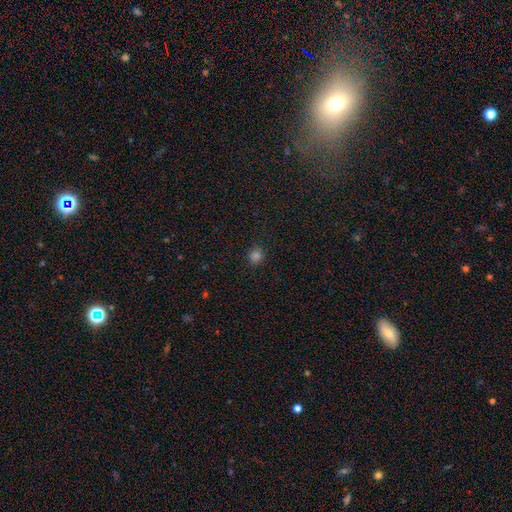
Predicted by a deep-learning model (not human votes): This appears to be a smooth galaxy with no disk features (80%) that is round (90%). Merging: none (90%).